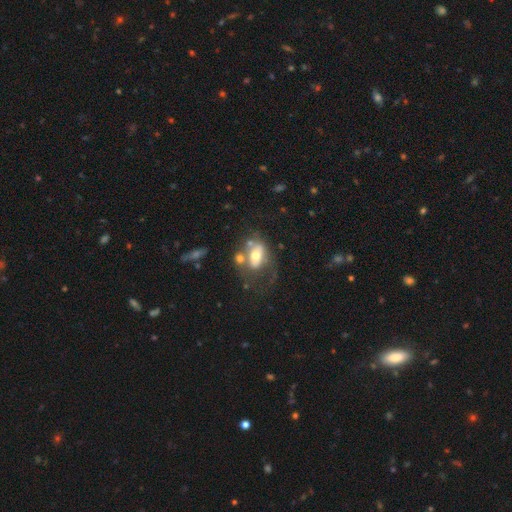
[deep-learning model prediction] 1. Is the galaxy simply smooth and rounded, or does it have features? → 48% smooth, 44% featured or disk, 8% star or artifact.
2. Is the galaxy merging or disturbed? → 32% none, 27% merger, 23% major disturbance, 18% minor disturbance.